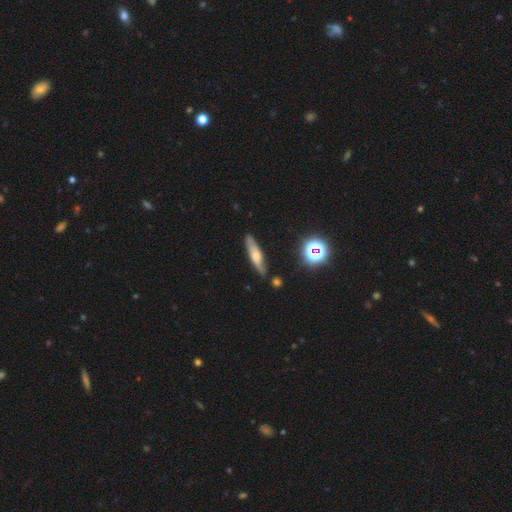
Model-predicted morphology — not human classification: This is possibly a smooth galaxy (49%). Merging: clearly none (81%).